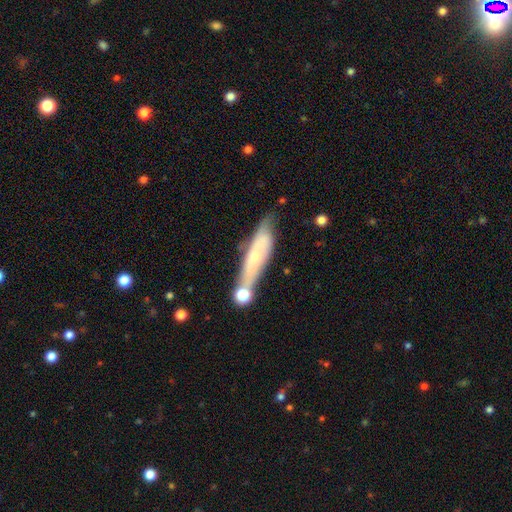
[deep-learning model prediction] This is possibly a smooth galaxy (49%). Merging: possibly none (55%).